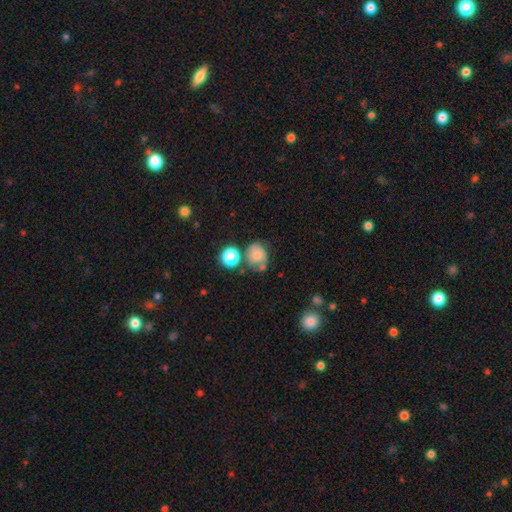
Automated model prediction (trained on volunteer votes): Smooth or featured? Predicted: smooth (p=0.75). How rounded? Predicted: round (p=0.63). Merging? Predicted: none (p=0.51).